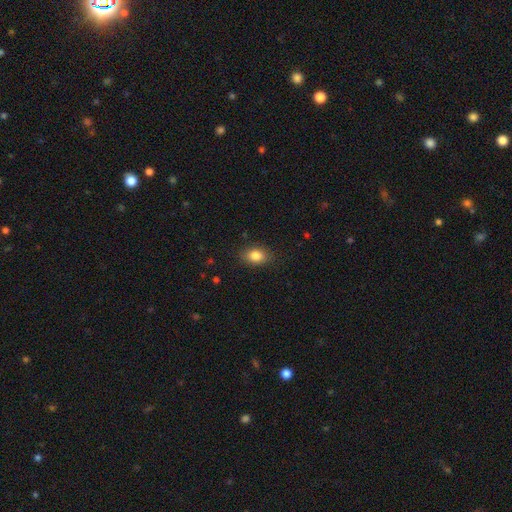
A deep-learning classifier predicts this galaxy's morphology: A smooth galaxy with no disk features (85%) that is in between round and cigar-shaped (75%).

Vote fractions:
- Smooth or featured? smooth: 85% / star or artifact: 9% / featured or disk: 6%
- How rounded? in between: 75% / round: 24% / cigar-shaped: 2%
- Merging? none: 85% / minor disturbance: 11% / major disturbance: 3% / merger: 1%